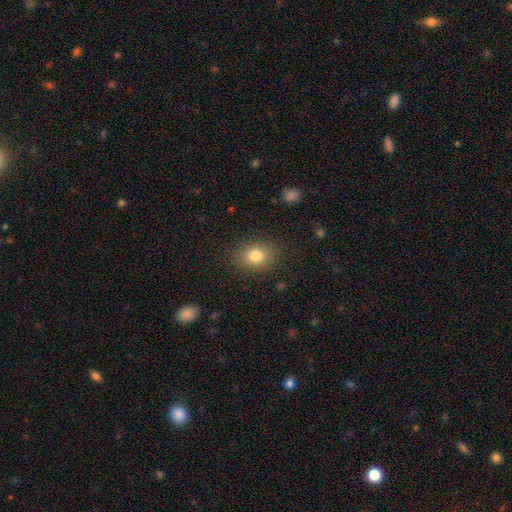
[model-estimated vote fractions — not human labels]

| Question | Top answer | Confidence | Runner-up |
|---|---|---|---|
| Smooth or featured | smooth | 81% | star or artifact (11%) |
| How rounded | in between | 55% | round (44%) |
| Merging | none | 86% | minor disturbance (10%) |